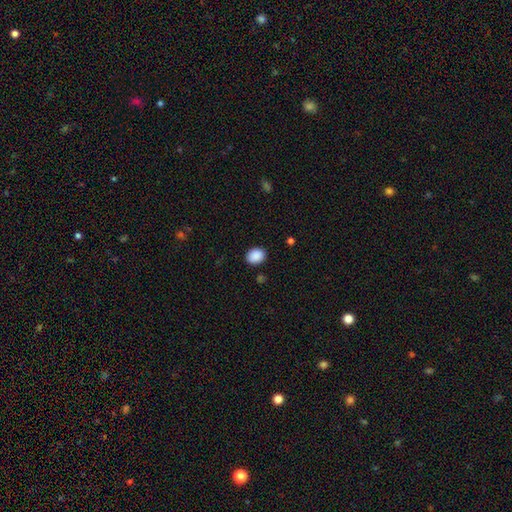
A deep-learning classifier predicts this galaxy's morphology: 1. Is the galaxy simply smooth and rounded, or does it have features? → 90% smooth, 8% star or artifact, 2% featured or disk.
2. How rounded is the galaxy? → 58% in between, 41% round, 1% cigar-shaped.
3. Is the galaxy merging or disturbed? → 88% none, 8% minor disturbance, 2% major disturbance, 1% merger.